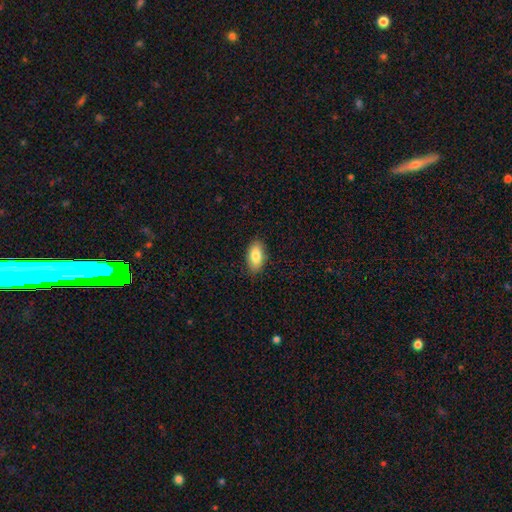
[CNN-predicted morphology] Smooth or featured: smooth — 83% (featured or disk — 11%)
How rounded: in between — 91% (cigar-shaped — 6%)
Merging: none — 86% (minor disturbance — 11%)